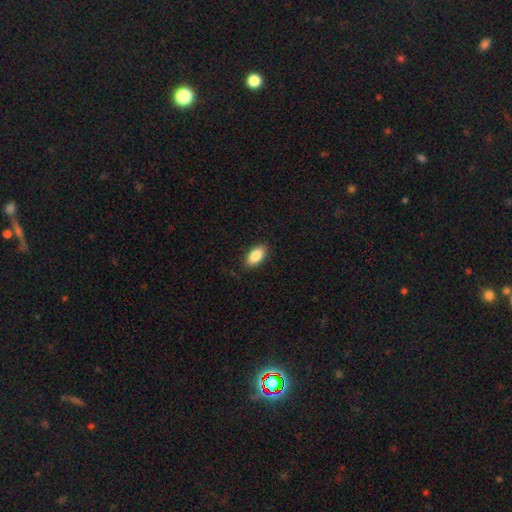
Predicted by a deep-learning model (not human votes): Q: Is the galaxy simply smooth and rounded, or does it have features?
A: smooth — 87%.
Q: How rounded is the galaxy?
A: in between — 91%.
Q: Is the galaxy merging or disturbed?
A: none — 87%.